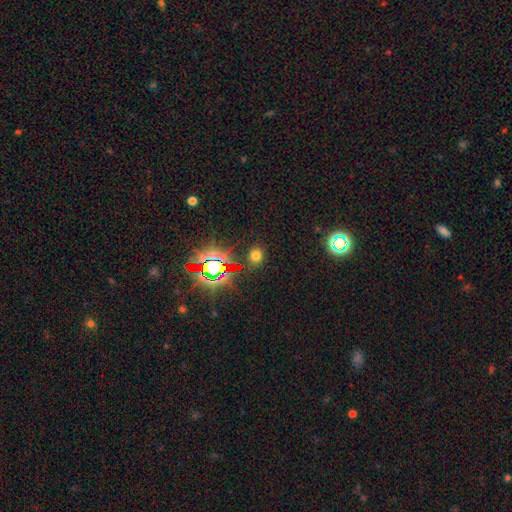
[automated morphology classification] type=smooth (63%); roundness=round (74%); merging=none (86%).